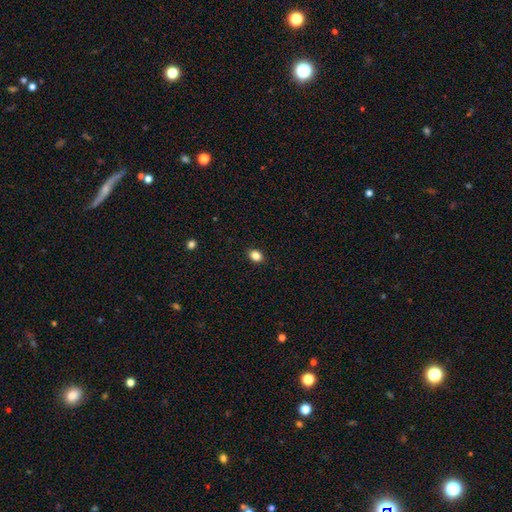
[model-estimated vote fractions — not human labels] Morphology: type=smooth (86%); roundness=in between (65%); merging=none (90%).